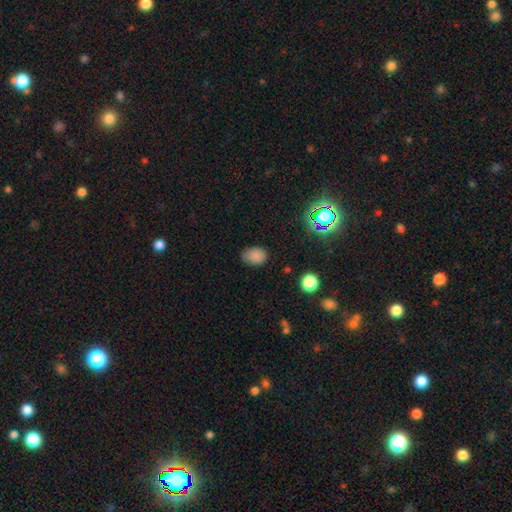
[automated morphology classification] Overall: smooth (82%). How rounded: in between (74%). Merging: none (75%).